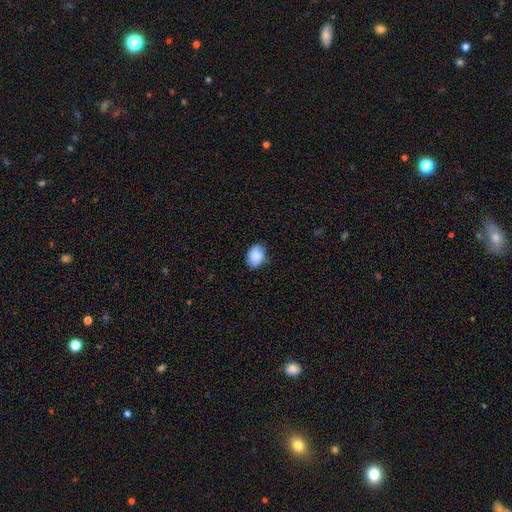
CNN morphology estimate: Smooth or featured? smooth (89%)
How rounded? in between (76%)
Merging? none (86%)